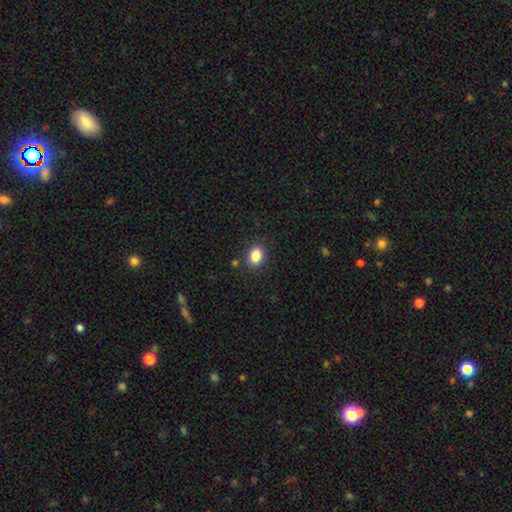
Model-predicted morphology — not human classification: This is clearly a smooth galaxy (85%). How rounded: possibly in between (57%). Merging: clearly none (86%).